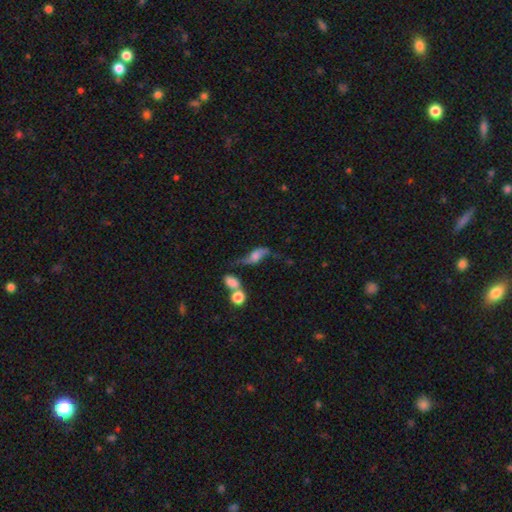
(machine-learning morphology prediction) Overall: featured or disk (65%). Edge-on disk: no (84%). Bar: no (60%; weak 29%). Spiral arms: yes (87%). Bulge size: moderate (30%; small 23%). Merging: none (44%; minor disturbance 20%).